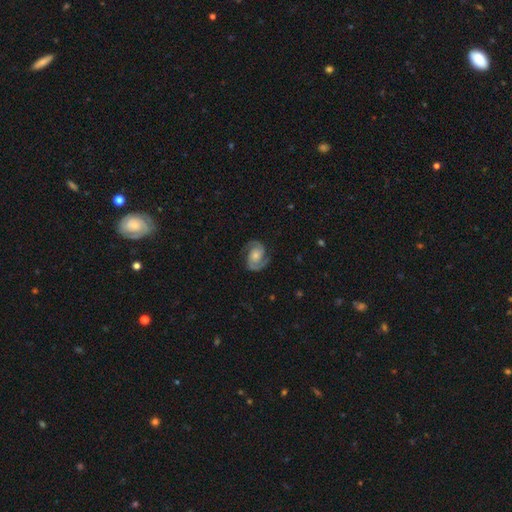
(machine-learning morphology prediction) This appears to be a featured or disk galaxy (90%) with no bar (65%), 2 (94%) medium (51%) spiral arms (98%) and a moderate central bulge (49%). Merging: none (83%).